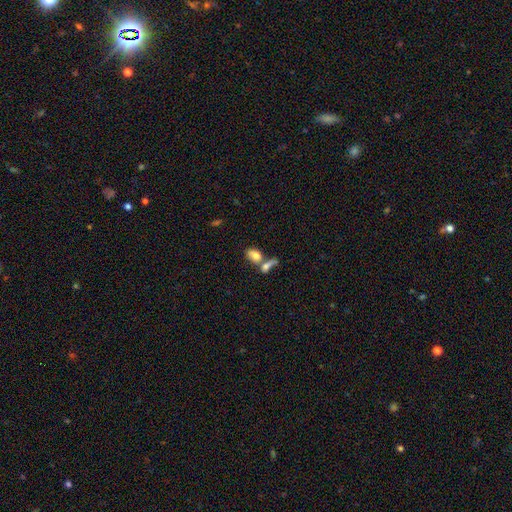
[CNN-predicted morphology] type=smooth (74%); roundness=in between (83%); merging=merger (58%).